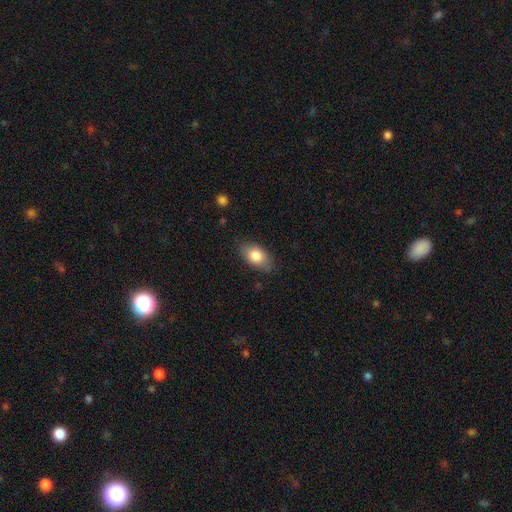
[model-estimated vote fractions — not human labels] A smooth galaxy with no disk features (80%) that is in between round and cigar-shaped (91%). Merging: none (80%).